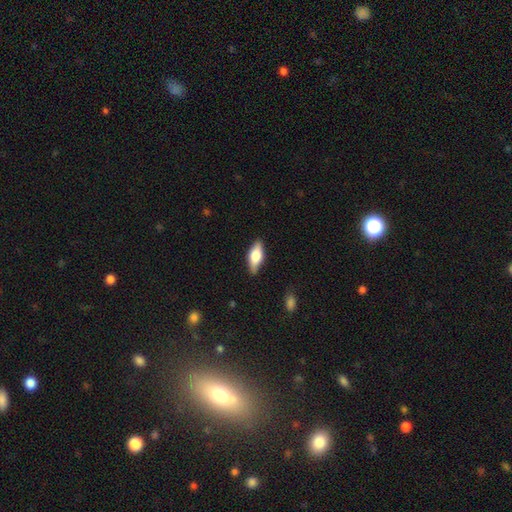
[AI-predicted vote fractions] Smooth or featured? smooth (64%)
How rounded? in between (75%)
Merging? none (84%)